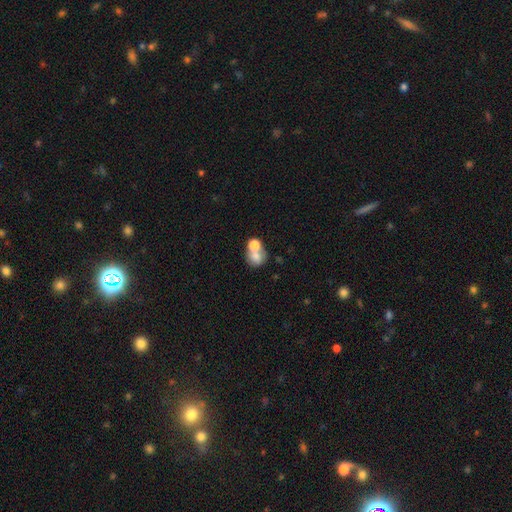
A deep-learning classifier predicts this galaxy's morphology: type=smooth (72%); roundness=round (65%); merging=merger (55%).